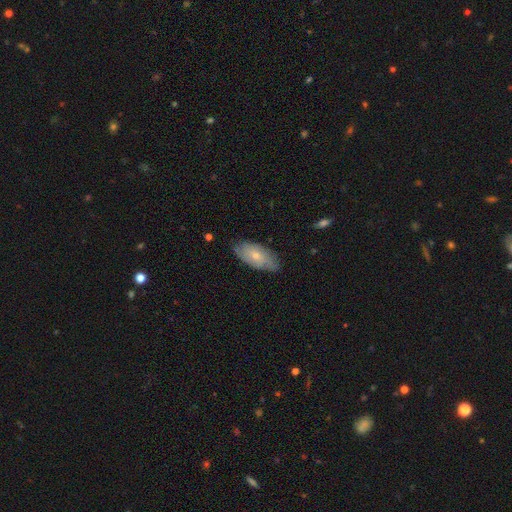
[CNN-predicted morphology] A smooth galaxy with no disk features (60%) that is in between round and cigar-shaped (90%).

Vote fractions:
- Smooth or featured? smooth: 60% / featured or disk: 34% / star or artifact: 6%
- How rounded? in between: 90% / cigar-shaped: 7% / round: 3%
- Merging? none: 74% / minor disturbance: 22% / major disturbance: 3% / merger: 1%